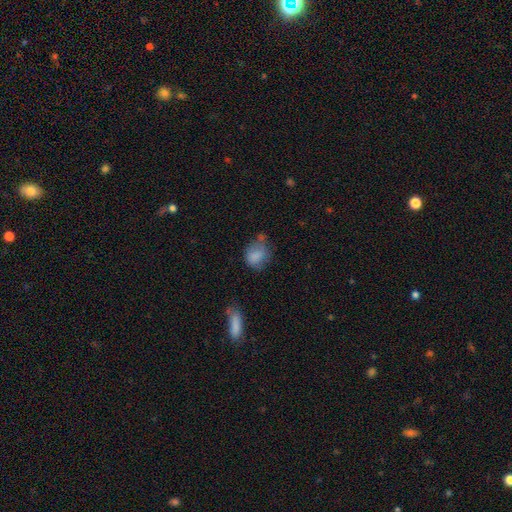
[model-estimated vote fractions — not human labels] Smooth or featured? Predicted: smooth (p=0.79). How rounded? Predicted: in between (p=0.54). Merging? Predicted: none (p=0.43).